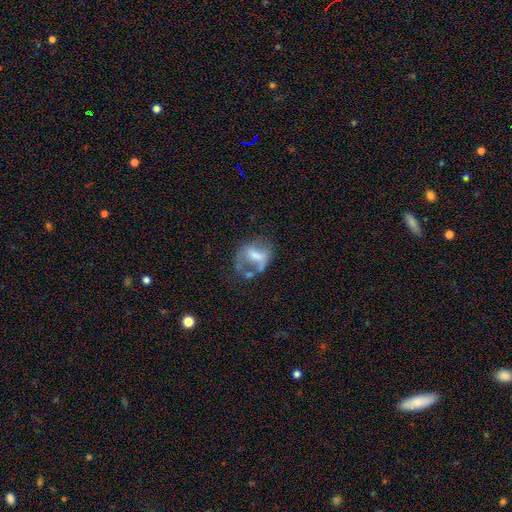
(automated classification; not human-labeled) This is possibly a featured or disk galaxy (52%). It is clearly not viewed edge-on (96%). Merging: marginally major disturbance (33%).